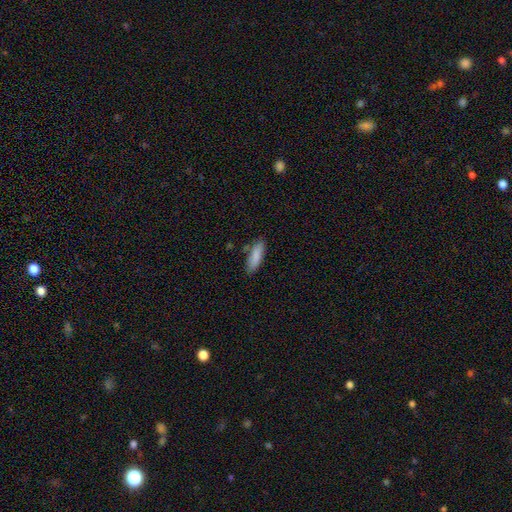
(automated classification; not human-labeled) This appears to be a smooth galaxy with no disk features (84%) that is in between round and cigar-shaped (50%). Merging: none (74%).